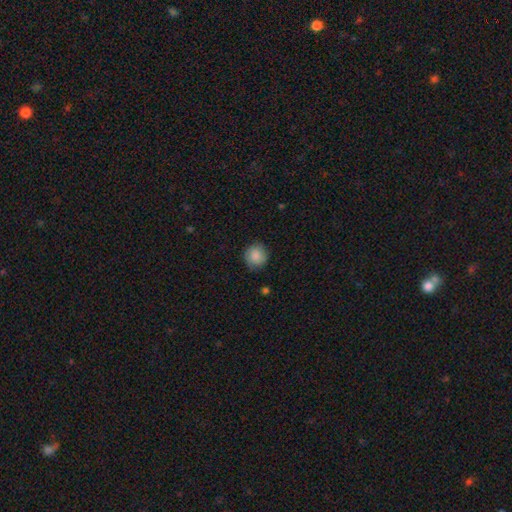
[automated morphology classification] smooth 86%, star or artifact 8%, featured or disk 6%. Down the decision tree: how rounded — round (90%); merging — none (86%).